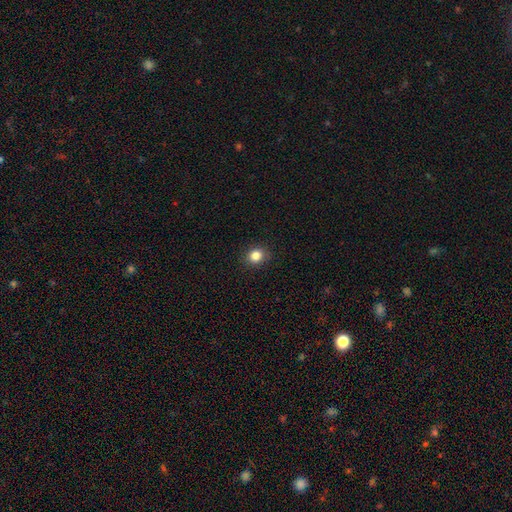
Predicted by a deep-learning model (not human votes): Smooth or featured: smooth — 84% (star or artifact — 11%)
How rounded: round — 74% (in between — 25%)
Merging: none — 89% (minor disturbance — 8%)